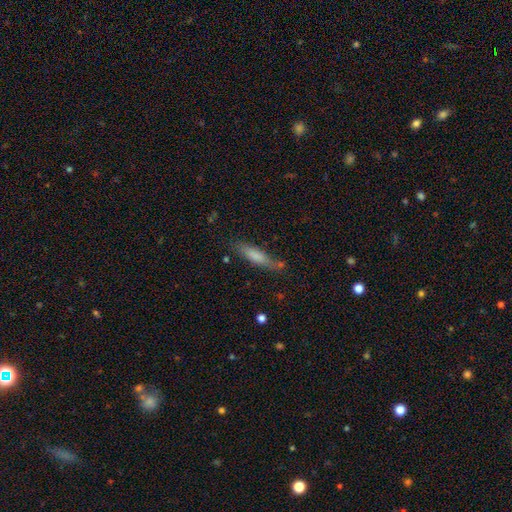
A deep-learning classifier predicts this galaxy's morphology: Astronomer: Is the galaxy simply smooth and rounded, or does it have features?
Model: smooth — 72%.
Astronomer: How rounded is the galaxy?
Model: cigar-shaped — 75%.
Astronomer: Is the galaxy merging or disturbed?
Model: none — 67%.